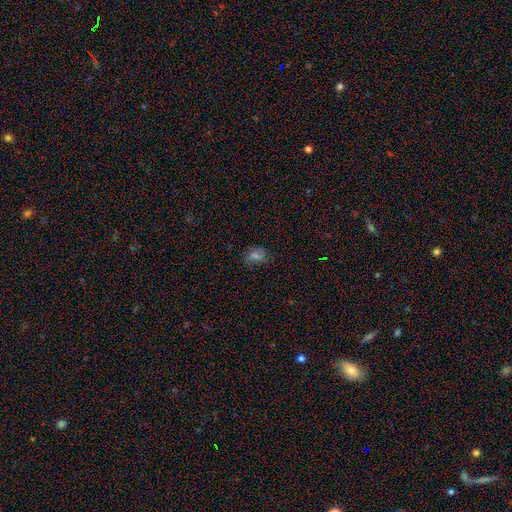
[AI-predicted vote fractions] This is possibly a smooth galaxy (51%). How rounded: possibly in between (54%). Merging: likely none (64%).